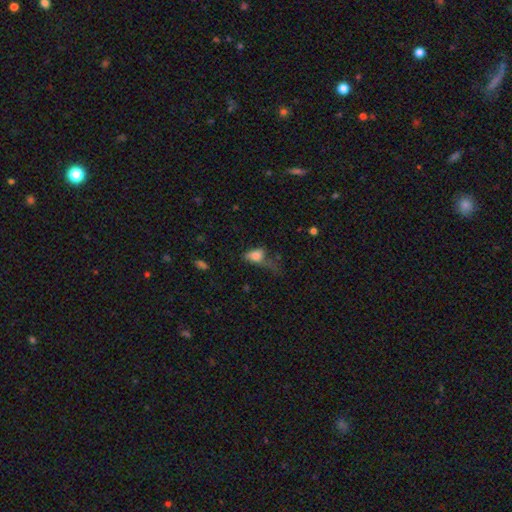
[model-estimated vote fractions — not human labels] Smooth or featured?
  - smooth: 73% *
  - featured or disk: 16%
  - star or artifact: 11%
How rounded?
  - in between: 80% *
  - round: 14%
  - cigar-shaped: 6%
Merging?
  - major disturbance: 47% *
  - minor disturbance: 24%
  - none: 21%
  - merger: 8%